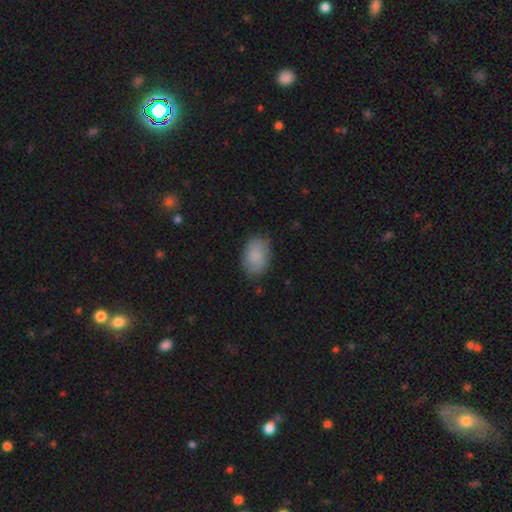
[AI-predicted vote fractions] Overall: smooth (85%). How rounded: in between (85%). Merging: none (80%).